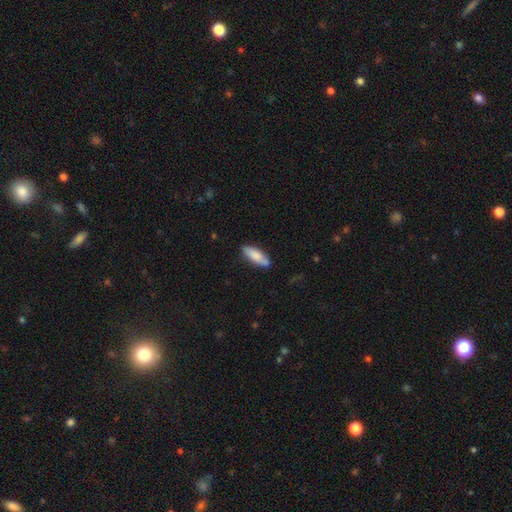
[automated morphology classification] Smooth or featured?
  - smooth: 78% *
  - featured or disk: 17%
  - star or artifact: 6%
How rounded?
  - in between: 53% *
  - cigar-shaped: 45%
  - round: 2%
Merging?
  - none: 82% *
  - minor disturbance: 14%
  - major disturbance: 2%
  - merger: 2%